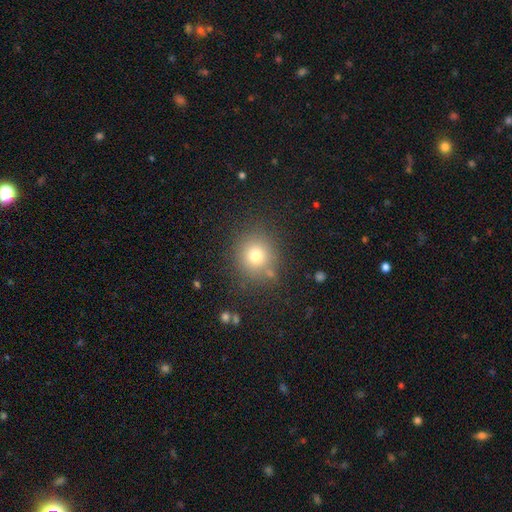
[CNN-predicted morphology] A smooth galaxy with no disk features (75%) that is round (88%). Merging: none (82%).